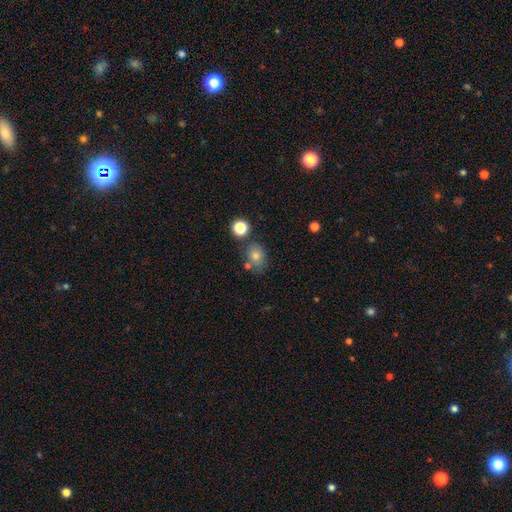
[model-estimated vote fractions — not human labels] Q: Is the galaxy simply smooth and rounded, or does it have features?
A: smooth — 74%.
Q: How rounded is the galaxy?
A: round — 55%.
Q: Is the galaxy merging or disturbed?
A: none — 67%.